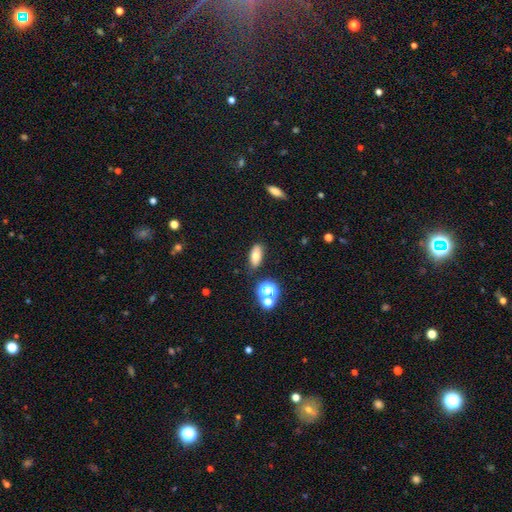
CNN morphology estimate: type=smooth (72%); roundness=in between (80%); merging=none (82%).